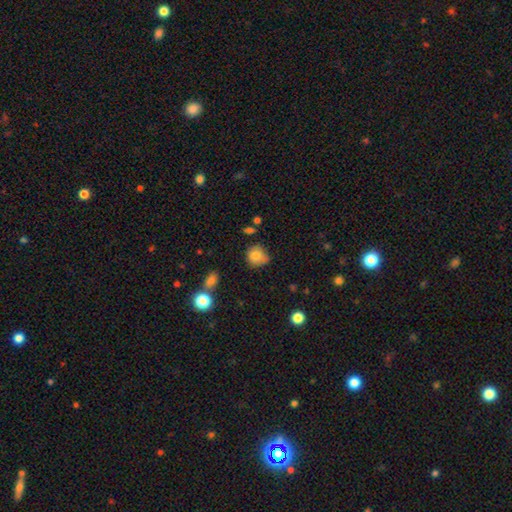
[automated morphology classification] This is likely a smooth galaxy (80%). How rounded: likely round (78%). Merging: possibly none (59%).